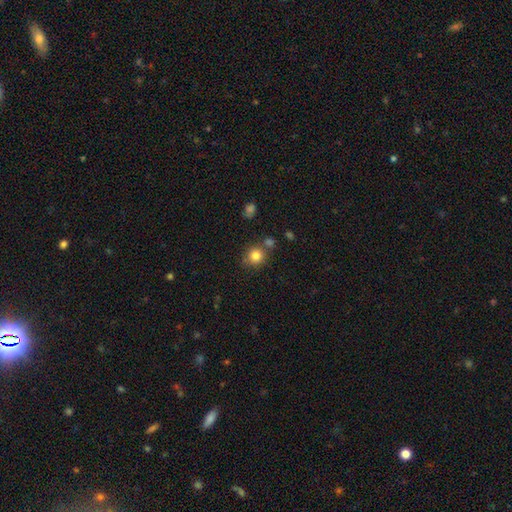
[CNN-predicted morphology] This appears to be a smooth galaxy with no disk features (83%) that is round (86%). Merging: none (72%).